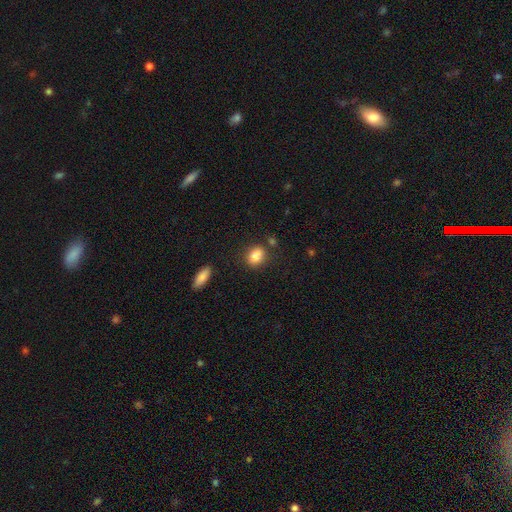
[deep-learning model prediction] smooth-or-featured: smooth: 85% | star or artifact: 8% | featured or disk: 6%
  how-rounded: in between: 64% | round: 34% | cigar-shaped: 2%
  merging: none: 78% | minor disturbance: 12% | merger: 6% | major disturbance: 3%